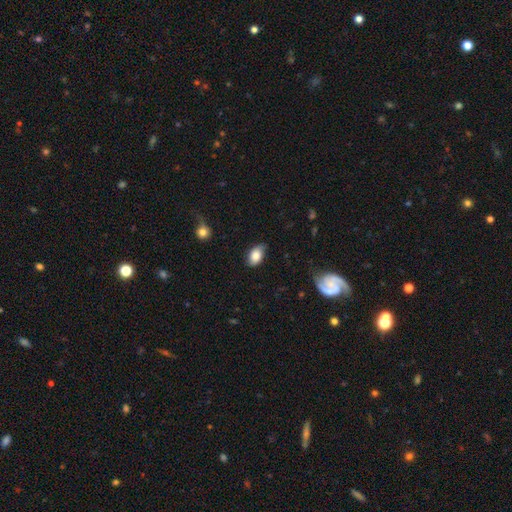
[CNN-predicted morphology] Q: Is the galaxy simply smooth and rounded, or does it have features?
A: smooth — 79%.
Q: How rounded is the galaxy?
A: in between — 89%.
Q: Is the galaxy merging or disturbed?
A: none — 66%.